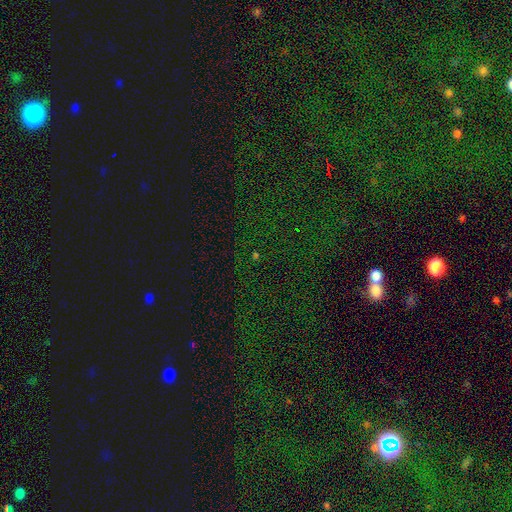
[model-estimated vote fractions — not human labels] star or artifact 79%, smooth 14%, featured or disk 7%.